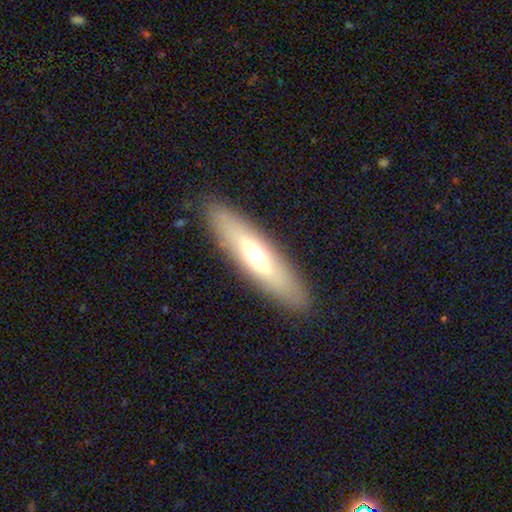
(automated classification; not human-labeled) Q: Smooth or featured?
A: smooth (48%); runner-up: featured or disk (46%)
Q: Merging?
A: none (88%); runner-up: minor disturbance (8%)